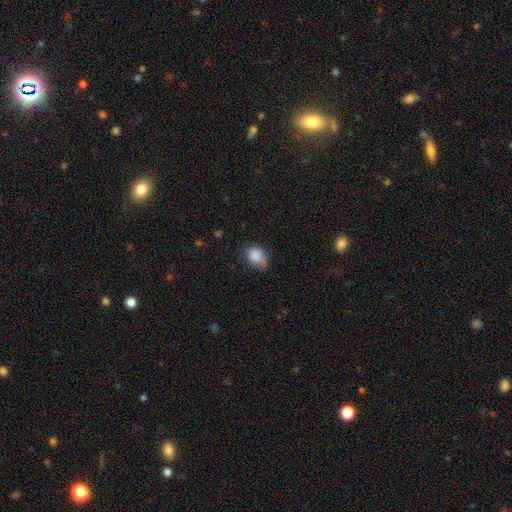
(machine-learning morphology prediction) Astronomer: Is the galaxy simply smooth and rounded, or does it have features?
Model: smooth — 85%.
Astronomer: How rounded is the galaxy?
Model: in between — 63%.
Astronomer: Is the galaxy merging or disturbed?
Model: none — 47% (runner-up: minor disturbance, 40%).